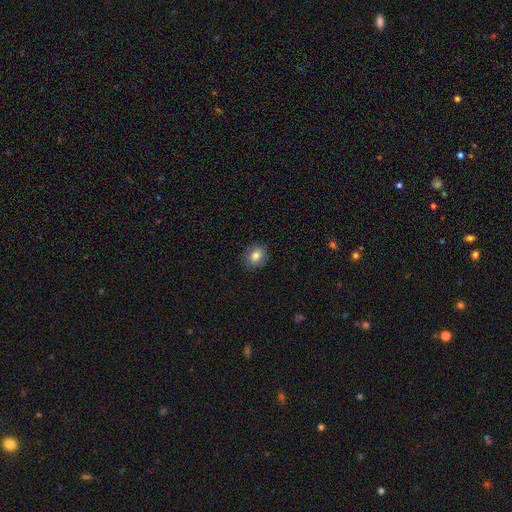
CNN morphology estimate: A smooth galaxy with no disk features (80%) that is round (68%).

Vote fractions:
- Smooth or featured? smooth: 80% / featured or disk: 10% / star or artifact: 10%
- How rounded? round: 68% / in between: 31% / cigar-shaped: 1%
- Merging? none: 85% / minor disturbance: 11% / major disturbance: 3% / merger: 1%